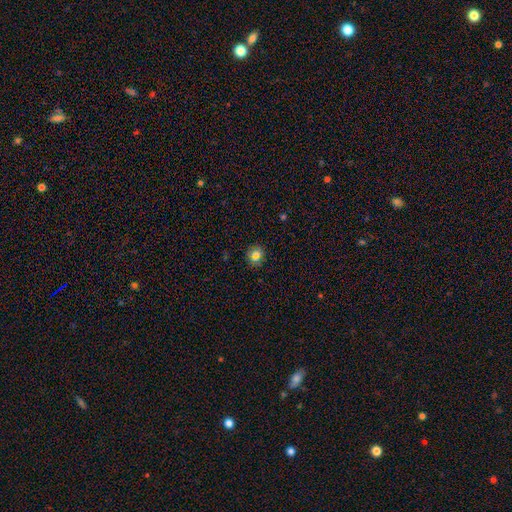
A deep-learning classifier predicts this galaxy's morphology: This appears to be a smooth galaxy with no disk features (78%) that is round (80%). Merging: none (87%).